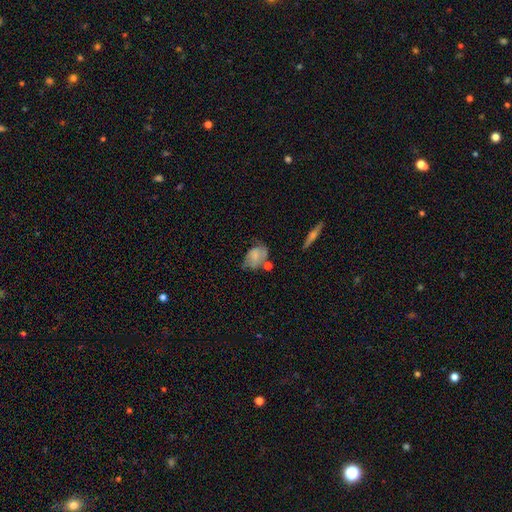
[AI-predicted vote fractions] This is likely a smooth galaxy (63%). How rounded: likely in between (73%). Merging: marginally none (38%).